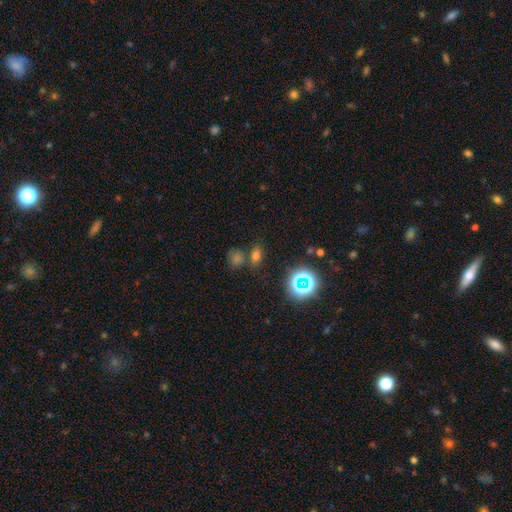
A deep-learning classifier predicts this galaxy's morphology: A smooth galaxy with no disk features (64%) that is in between round and cigar-shaped (71%). Merging: none (69%).